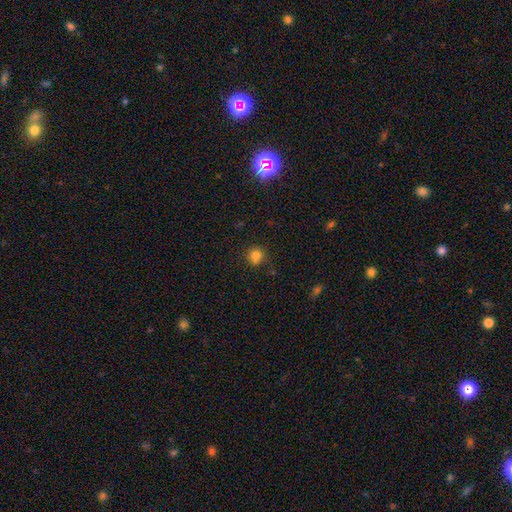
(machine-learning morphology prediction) A smooth galaxy with no disk features (80%) that is round (86%). Merging: none (78%).